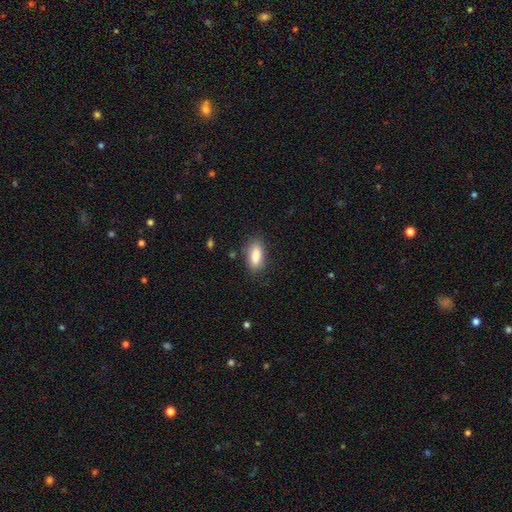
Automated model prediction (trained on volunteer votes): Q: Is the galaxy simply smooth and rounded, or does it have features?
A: smooth — 85%.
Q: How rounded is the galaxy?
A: in between — 82%.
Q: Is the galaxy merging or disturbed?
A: none — 81%.